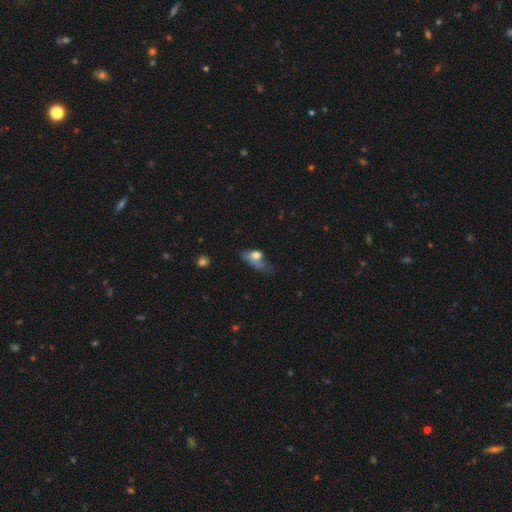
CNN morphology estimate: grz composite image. It shows a smooth galaxy with no disk features (67%) that is in between round and cigar-shaped (78%). Merging: major disturbance (40%).